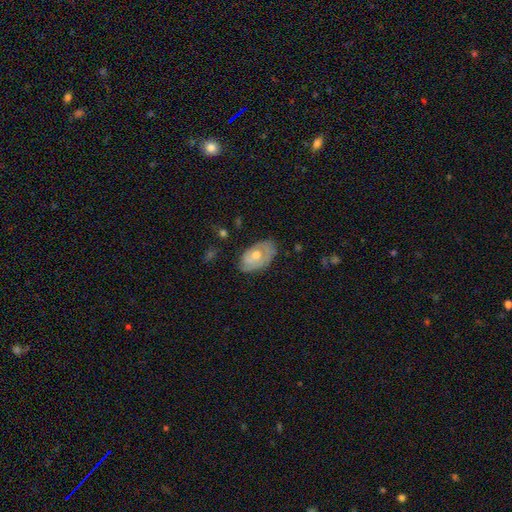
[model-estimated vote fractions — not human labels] The model was most divided on "smooth or featured": featured or disk: 54%, smooth: 38%, star or artifact: 8%. More confident: edge-on disk — no (92%); merging — none (69%).